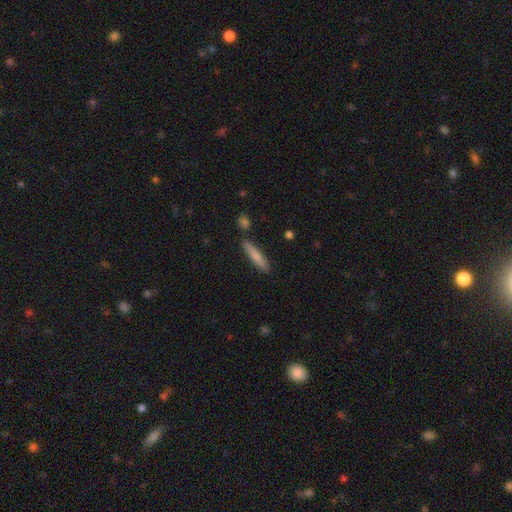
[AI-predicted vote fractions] A smooth galaxy with no disk features (74%) that is cigar-shaped (89%). Merging: none (84%).